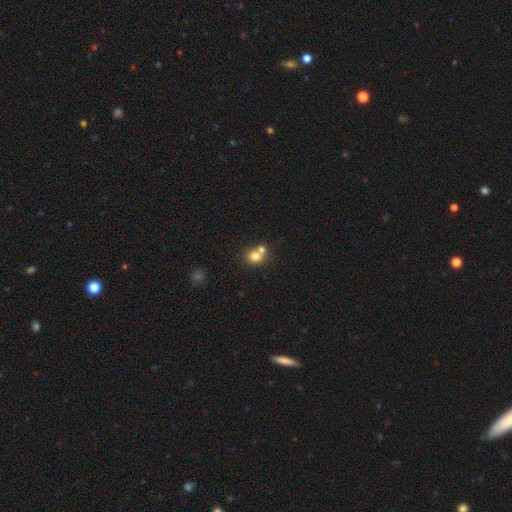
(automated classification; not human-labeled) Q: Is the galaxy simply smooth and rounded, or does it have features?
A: smooth — 77%.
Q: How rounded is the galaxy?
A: round — 79%.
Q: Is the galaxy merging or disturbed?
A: merger — 54%.